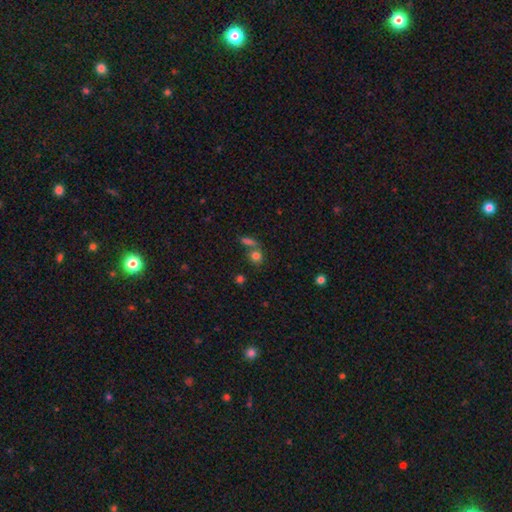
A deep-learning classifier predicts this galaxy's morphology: type=smooth (77%); roundness=round (77%); merging=none (57%).